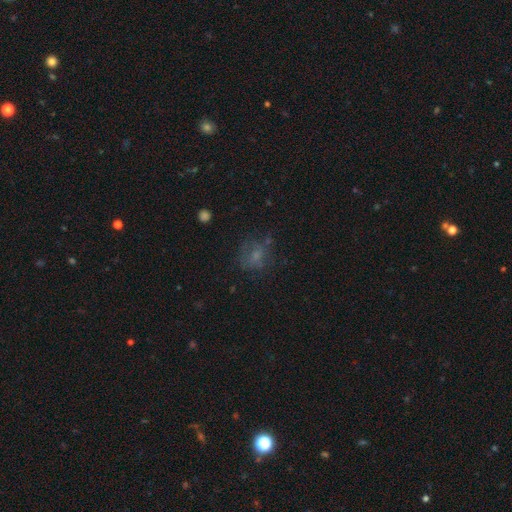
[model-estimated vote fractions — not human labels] The model was most divided on "smooth or featured": smooth: 56%, featured or disk: 25%, star or artifact: 19%. More confident: how rounded — round (67%); merging — none (55%).